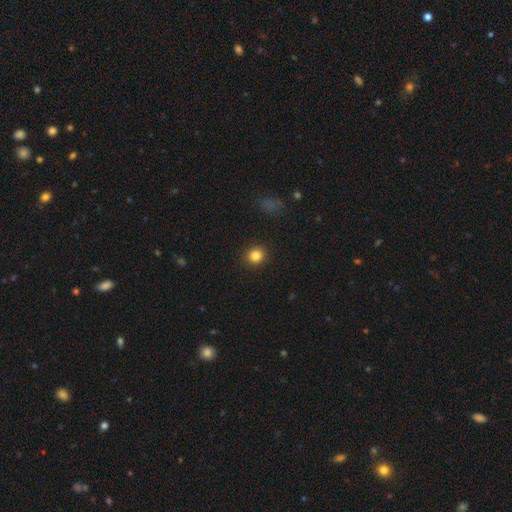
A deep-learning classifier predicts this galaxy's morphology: Smooth or featured? Predicted: smooth (p=0.83). How rounded? Predicted: round (p=0.87). Merging? Predicted: none (p=0.91).